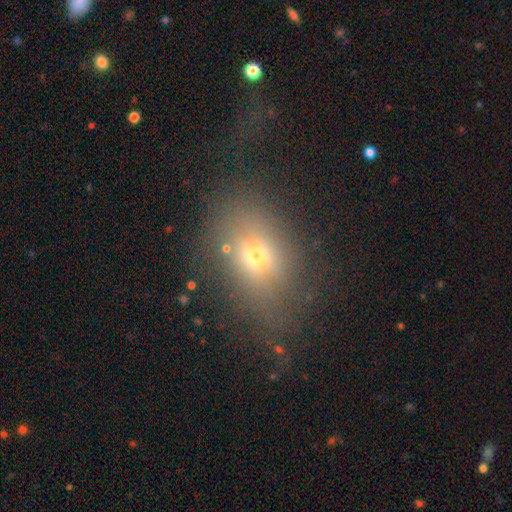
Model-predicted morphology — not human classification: smooth-or-featured: smooth: 53% | featured or disk: 28% | star or artifact: 19%
  how-rounded: in between: 68% | round: 28% | cigar-shaped: 4%
  merging: none: 68% | minor disturbance: 19% | major disturbance: 10% | merger: 3%